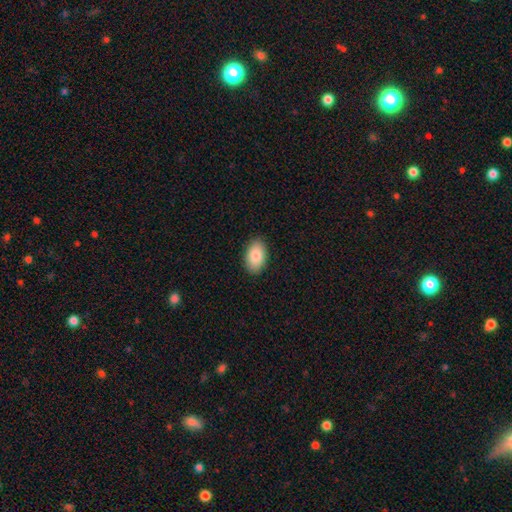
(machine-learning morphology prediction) Q: Smooth or featured?
A: smooth (87%); runner-up: featured or disk (7%)
Q: How rounded?
A: in between (92%); runner-up: round (6%)
Q: Merging?
A: none (89%); runner-up: minor disturbance (8%)